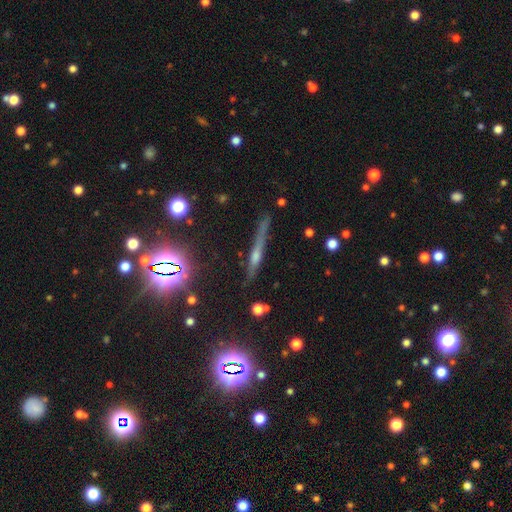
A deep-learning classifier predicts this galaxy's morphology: smooth-or-featured: featured or disk: 53% | smooth: 27% | star or artifact: 21%
  disk-edge-on: yes: 94% | no: 6%
  merging: none: 78% | minor disturbance: 15% | major disturbance: 4% | merger: 3%